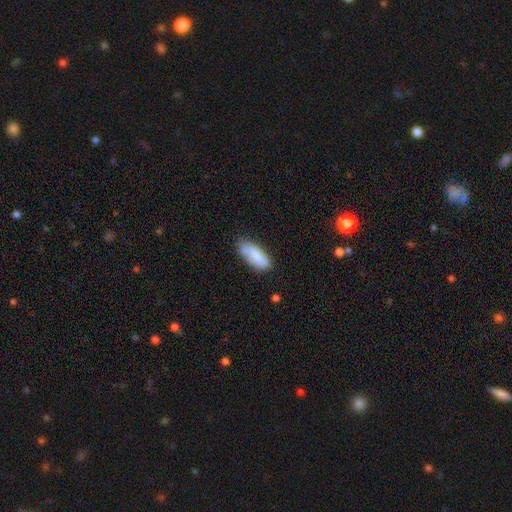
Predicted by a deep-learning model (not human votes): The model was most divided on "merging": none: 65%, minor disturbance: 26%, major disturbance: 5%, merger: 3%. More confident: smooth or featured — smooth (82%); how rounded — in between (80%).